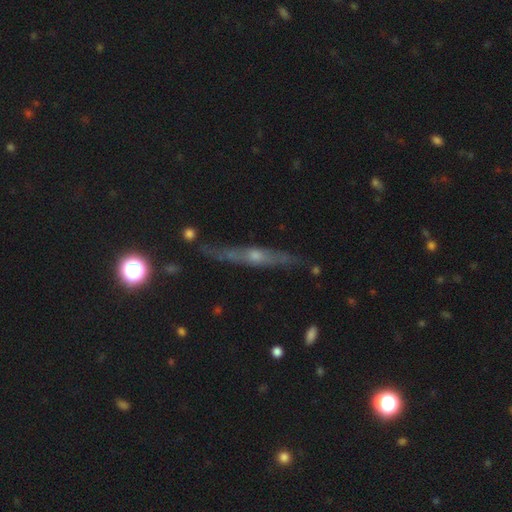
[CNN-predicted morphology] A featured or disk galaxy (70%) viewed edge-on (89%) with a rounded central bulge (72%). Merging: none (74%).